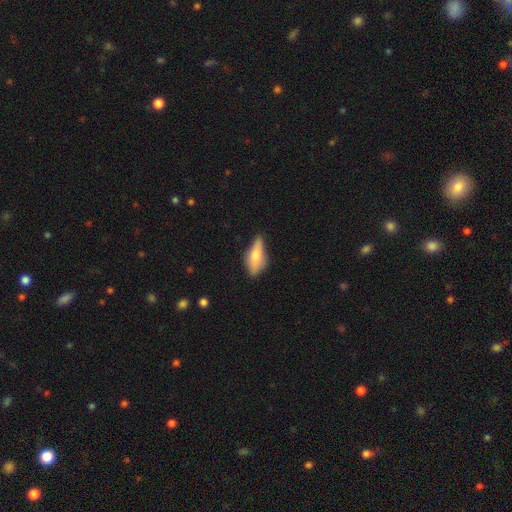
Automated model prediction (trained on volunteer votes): Smooth or featured? smooth (59%)
How rounded? in between (67%)
Merging? none (62%)